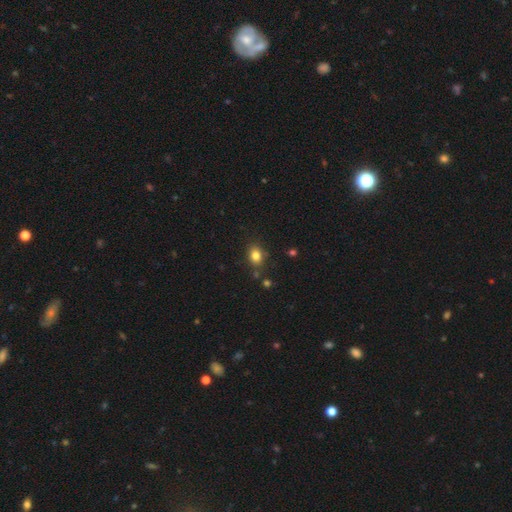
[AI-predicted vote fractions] Q: Smooth or featured?
A: smooth (82%); runner-up: star or artifact (11%)
Q: How rounded?
A: in between (59%); runner-up: round (39%)
Q: Merging?
A: none (79%); runner-up: minor disturbance (13%)